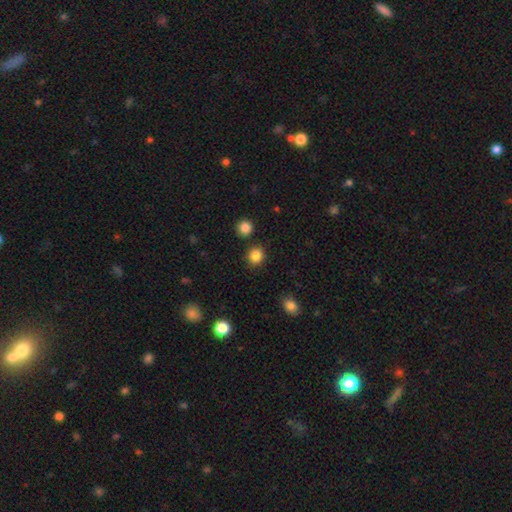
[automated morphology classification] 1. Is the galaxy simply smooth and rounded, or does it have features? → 85% smooth, 11% star or artifact, 4% featured or disk.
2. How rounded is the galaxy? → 83% round, 16% in between, 1% cigar-shaped.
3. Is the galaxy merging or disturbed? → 88% none, 6% minor disturbance, 4% merger, 2% major disturbance.